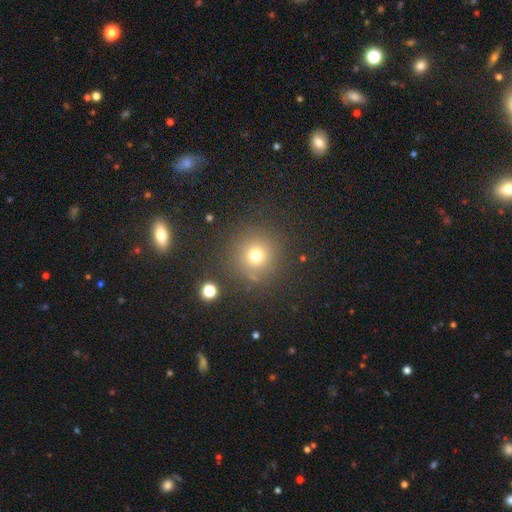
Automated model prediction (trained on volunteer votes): Overall: smooth (71%). How rounded: round (94%). Merging: none (85%).